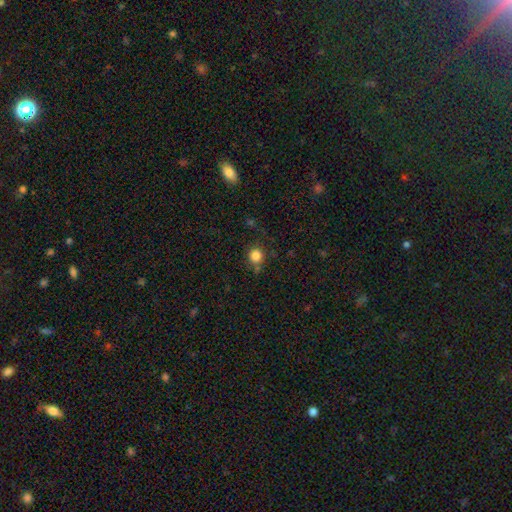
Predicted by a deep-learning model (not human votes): Smooth or featured? Predicted: smooth (p=0.83). How rounded? Predicted: round (p=0.91). Merging? Predicted: none (p=0.77).